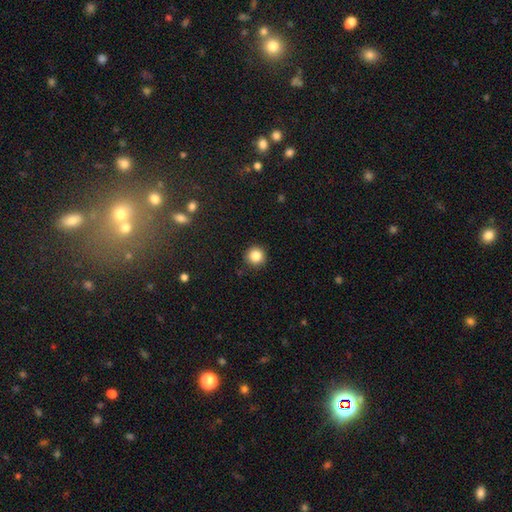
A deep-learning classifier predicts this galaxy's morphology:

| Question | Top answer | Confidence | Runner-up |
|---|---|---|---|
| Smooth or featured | smooth | 85% | star or artifact (11%) |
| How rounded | round | 94% | in between (5%) |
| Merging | none | 91% | minor disturbance (6%) |